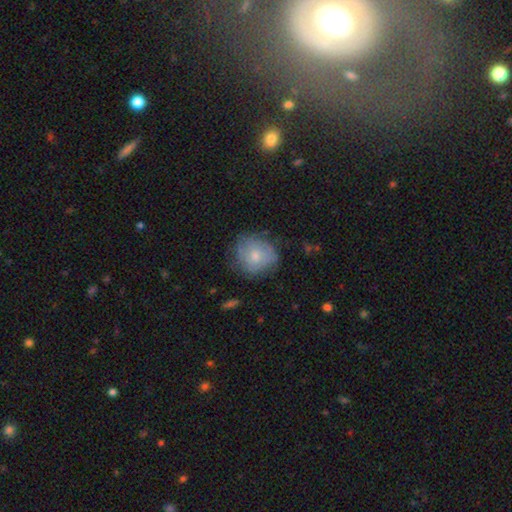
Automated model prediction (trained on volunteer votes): This appears to be a smooth galaxy with no disk features (64%) that is round (81%). Merging: none (65%).